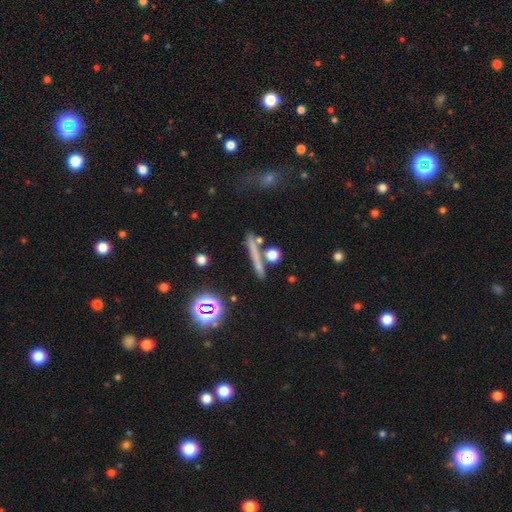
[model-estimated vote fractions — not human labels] Smooth or featured?
  - smooth: 53% *
  - featured or disk: 31%
  - star or artifact: 16%
How rounded?
  - cigar-shaped: 84% *
  - round: 10%
  - in between: 6%
Merging?
  - none: 77% *
  - minor disturbance: 10%
  - merger: 9%
  - major disturbance: 4%